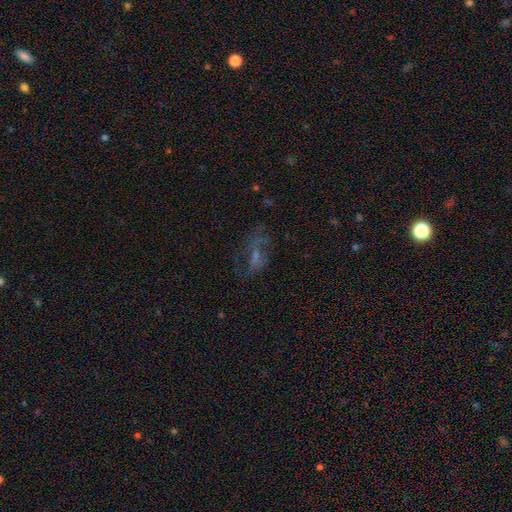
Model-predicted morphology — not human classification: Smooth or featured?
  - featured or disk: 47% *
  - star or artifact: 27%
  - smooth: 26%
Merging?
  - none: 51% *
  - major disturbance: 27%
  - minor disturbance: 19%
  - merger: 4%